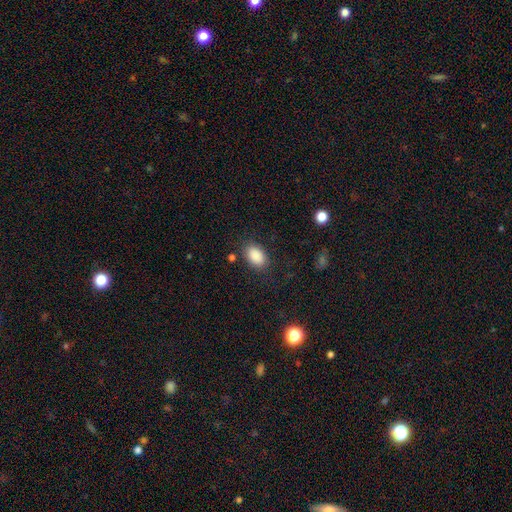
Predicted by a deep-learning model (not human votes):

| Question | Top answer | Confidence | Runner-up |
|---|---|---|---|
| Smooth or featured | smooth | 89% | star or artifact (8%) |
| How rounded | in between | 90% | round (9%) |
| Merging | none | 83% | minor disturbance (12%) |